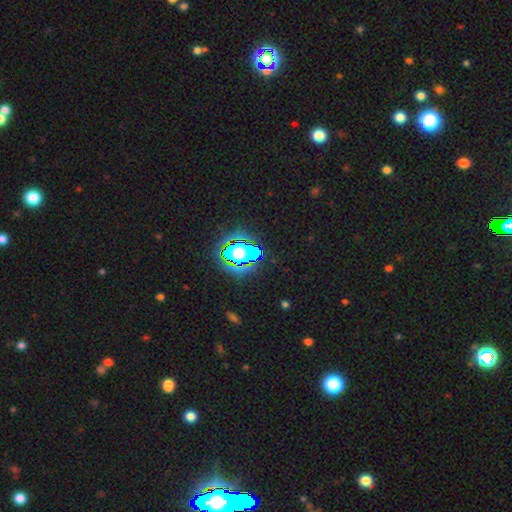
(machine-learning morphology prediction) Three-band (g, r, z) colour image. It shows a star or artifact, not a galaxy (76%).